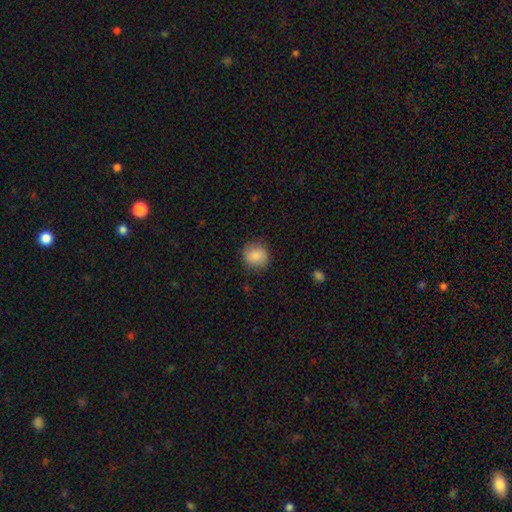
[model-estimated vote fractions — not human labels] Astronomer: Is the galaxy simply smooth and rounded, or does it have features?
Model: smooth — 87%.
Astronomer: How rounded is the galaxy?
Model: round — 87%.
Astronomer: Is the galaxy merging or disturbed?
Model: none — 86%.